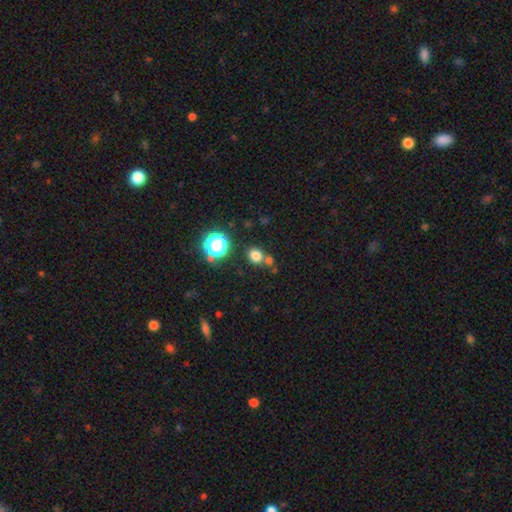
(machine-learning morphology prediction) This is likely a smooth galaxy (76%). How rounded: likely round (76%). Merging: likely none (71%).